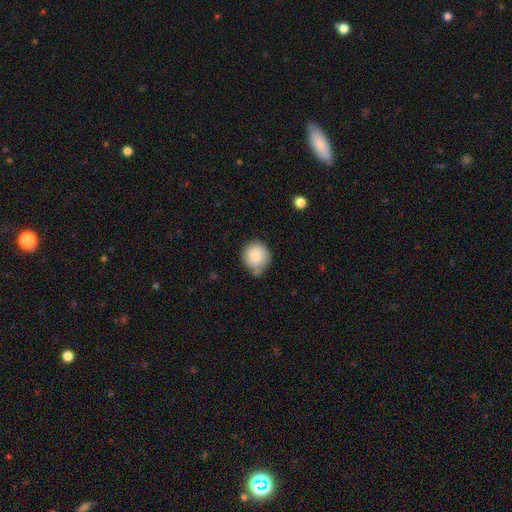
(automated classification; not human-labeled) smooth 85%, star or artifact 8%, featured or disk 7%. Down the decision tree: how rounded — round (90%); merging — none (61%).